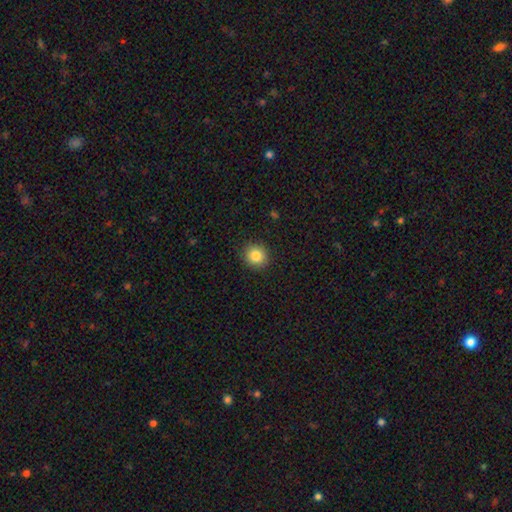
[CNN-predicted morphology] The model was most divided on "smooth or featured": smooth: 85%, star or artifact: 10%, featured or disk: 6%. More confident: merging — none (91%); how rounded — round (88%).